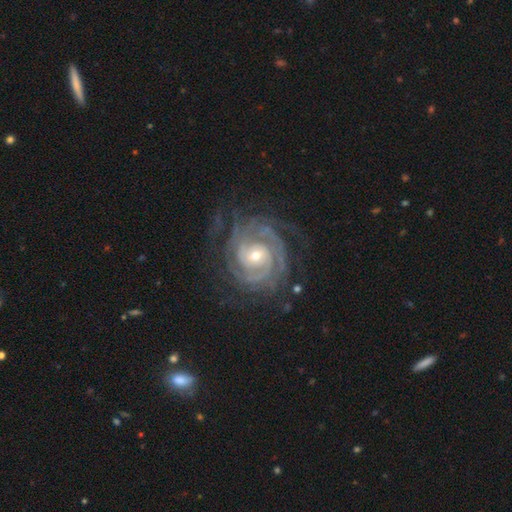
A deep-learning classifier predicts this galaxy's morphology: The model was most divided on "spiral arm count": 3: 23%, 2: 22%, can't tell: 21%, 4: 17%, more than 4: 9%, 1: 7%. More confident: spiral arms — yes (98%); edge-on disk — no (97%); smooth or featured — featured or disk (91%); spiral winding — tight (80%); merging — none (73%); bar — no (64%); bulge size — small (55%).